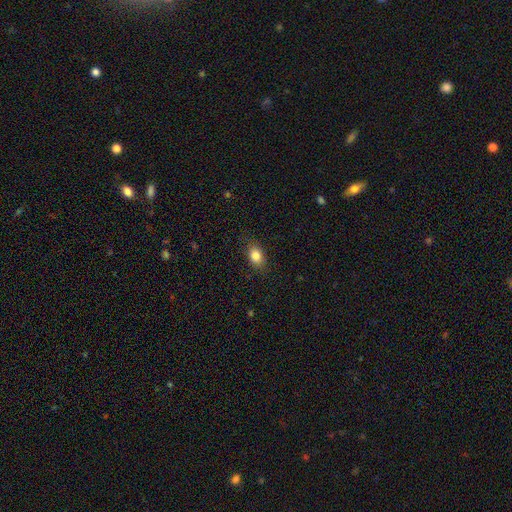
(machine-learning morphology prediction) The model was most divided on "how rounded": in between: 78%, round: 20%, cigar-shaped: 2%. More confident: smooth or featured — smooth (84%); merging — none (83%).